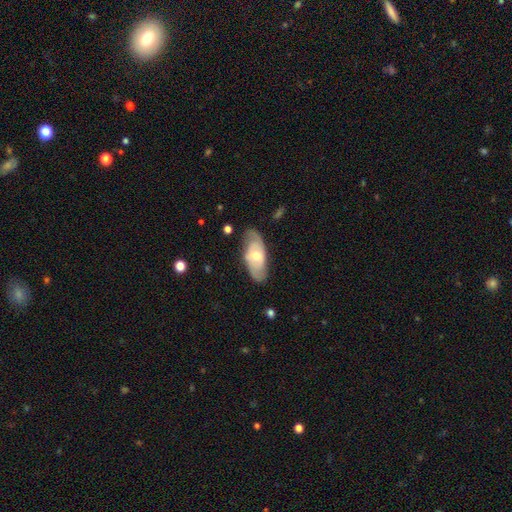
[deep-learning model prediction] Smooth or featured: featured or disk — 62% (smooth — 32%)
Edge-on disk: no — 87% (yes — 13%)
Bar: no — 54% (weak — 37%)
Spiral arms: yes — 81% (no — 19%)
Bulge size: moderate — 60% (small — 31%)
Merging: none — 77% (minor disturbance — 17%)